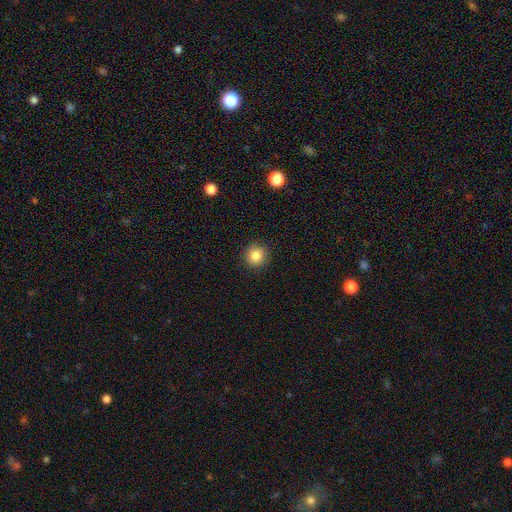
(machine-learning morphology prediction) This appears to be a smooth galaxy with no disk features (85%) that is round (93%). Merging: none (91%).